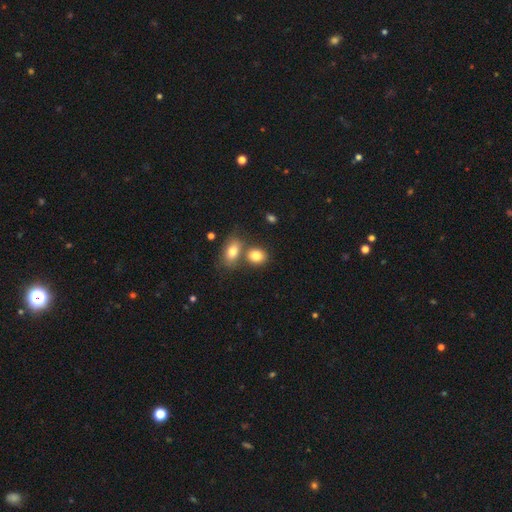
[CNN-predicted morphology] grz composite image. It shows a smooth galaxy with no disk features (82%) that is in between round and cigar-shaped (55%). Merging: none (50%).